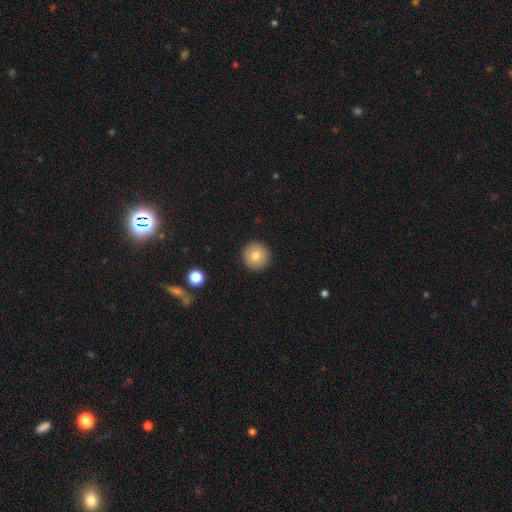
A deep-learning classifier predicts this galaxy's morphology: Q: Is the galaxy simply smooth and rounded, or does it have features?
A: smooth — 80%.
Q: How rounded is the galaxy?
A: round — 95%.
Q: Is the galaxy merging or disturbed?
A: none — 93%.